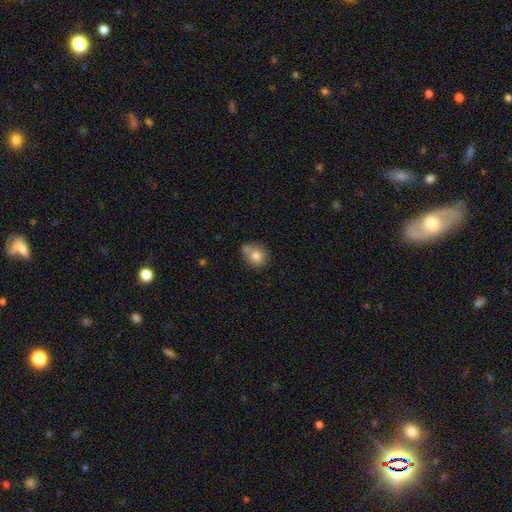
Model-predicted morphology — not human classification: The model was most divided on "merging": none: 51%, merger: 27%, minor disturbance: 17%, major disturbance: 5%. More confident: smooth or featured — smooth (78%); how rounded — round (69%).